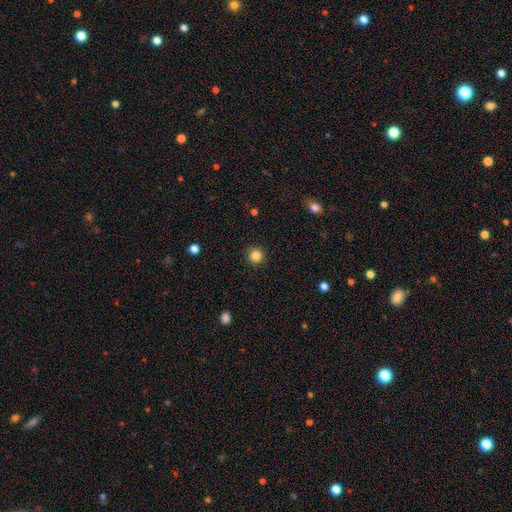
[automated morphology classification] Smooth or featured? Predicted: smooth (p=0.84). How rounded? Predicted: round (p=0.95). Merging? Predicted: none (p=0.92).